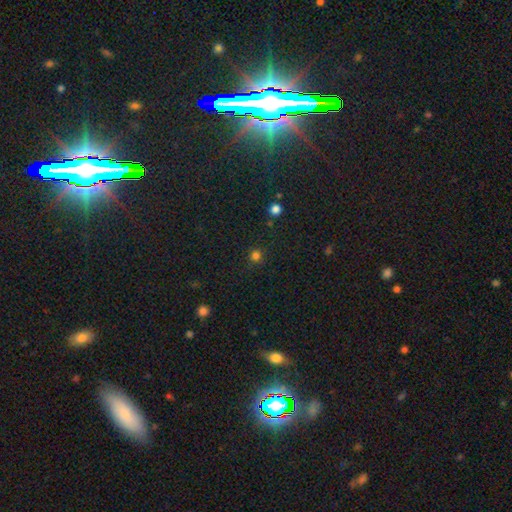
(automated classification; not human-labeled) smooth 75%, star or artifact 21%, featured or disk 4%. Down the decision tree: how rounded — round (93%); merging — none (86%).